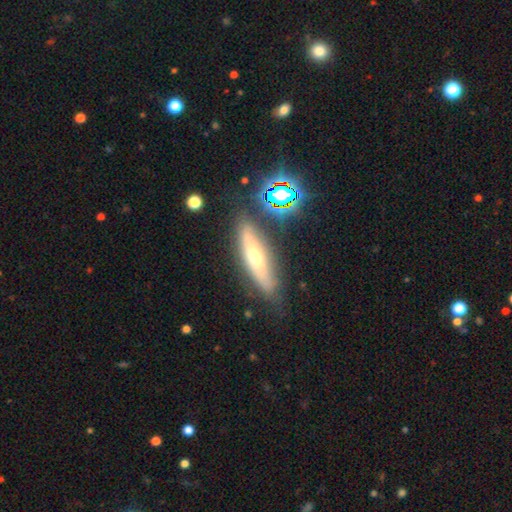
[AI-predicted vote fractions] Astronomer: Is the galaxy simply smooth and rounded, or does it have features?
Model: featured or disk — 49% (runner-up: smooth, 40%).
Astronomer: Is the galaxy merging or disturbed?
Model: none — 76%.